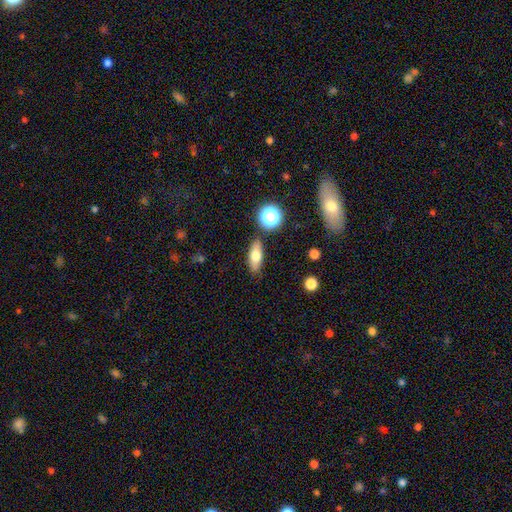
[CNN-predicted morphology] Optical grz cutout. It shows a smooth galaxy with no disk features (71%) that is in between round and cigar-shaped (70%). Merging: none (83%).